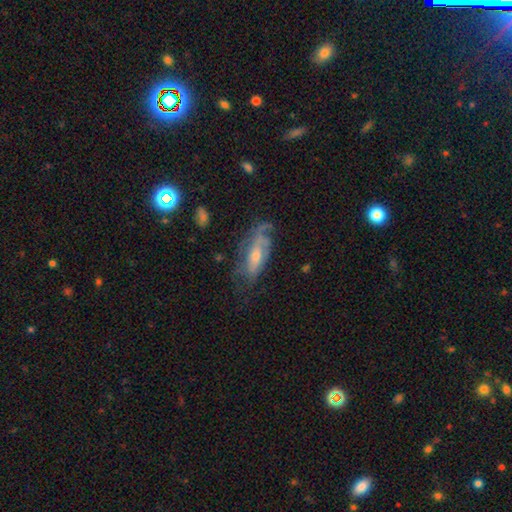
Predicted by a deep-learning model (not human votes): Smooth or featured? featured or disk (67%)
Edge-on disk? no (83%)
Bar? no (58%)
Spiral arms? yes (81%)
Bulge size? moderate (46%)
Merging? none (52%)